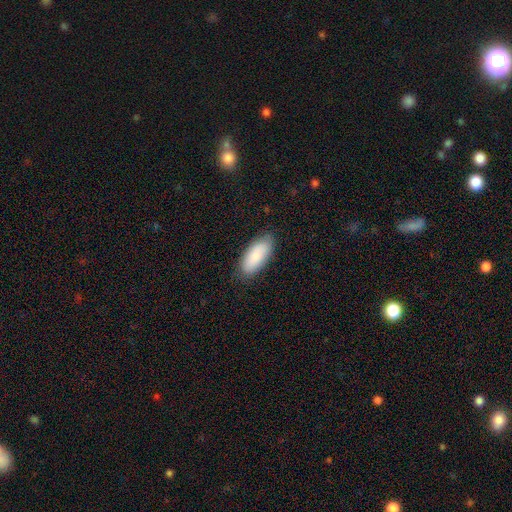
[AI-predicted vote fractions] smooth_or_featured: smooth (p=0.85) [alt: featured or disk p=0.09]
how_rounded: in between (p=0.84) [alt: cigar-shaped p=0.14]
merging: none (p=0.83) [alt: minor disturbance p=0.13]